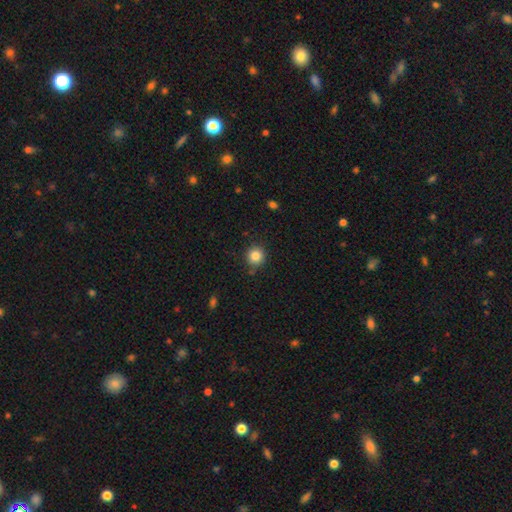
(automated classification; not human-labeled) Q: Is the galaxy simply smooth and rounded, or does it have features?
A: smooth — 85%.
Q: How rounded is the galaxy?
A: round — 94%.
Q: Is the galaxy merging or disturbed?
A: none — 84%.